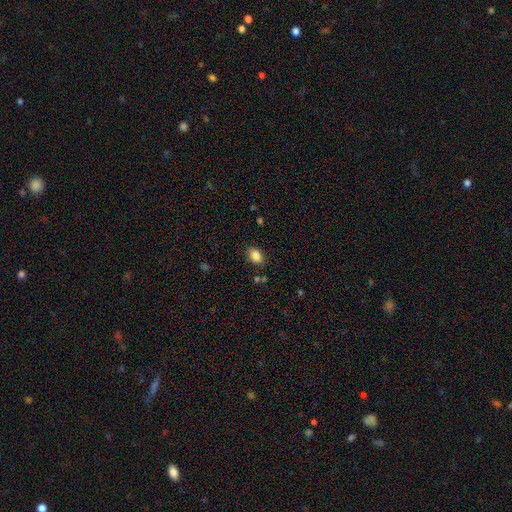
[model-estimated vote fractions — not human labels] Smooth or featured? smooth (86%)
How rounded? in between (82%)
Merging? none (84%)